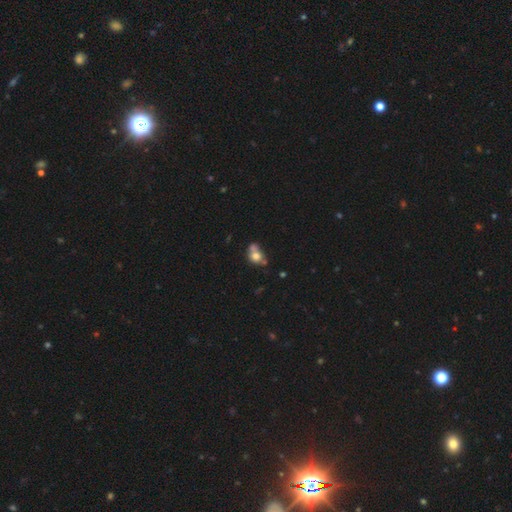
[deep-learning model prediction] Smooth or featured? Predicted: smooth (p=0.68). How rounded? Predicted: round (p=0.51). Merging? Predicted: merger (p=0.40).